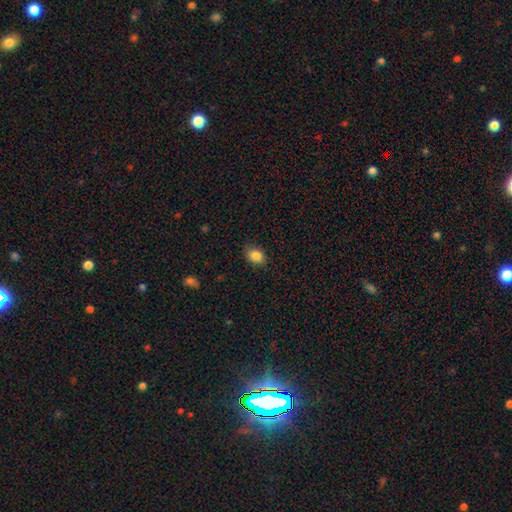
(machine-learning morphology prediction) This appears to be a smooth galaxy with no disk features (86%) that is in between round and cigar-shaped (69%). Merging: none (82%).